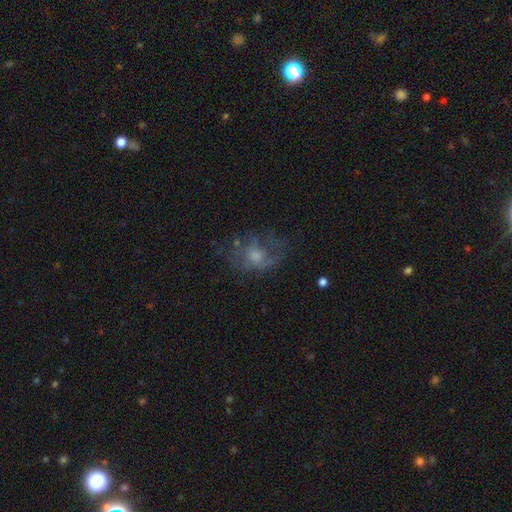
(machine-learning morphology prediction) featured or disk 52%, smooth 34%, star or artifact 15%. Down the decision tree: edge-on disk — no (96%); merging — none (51%).